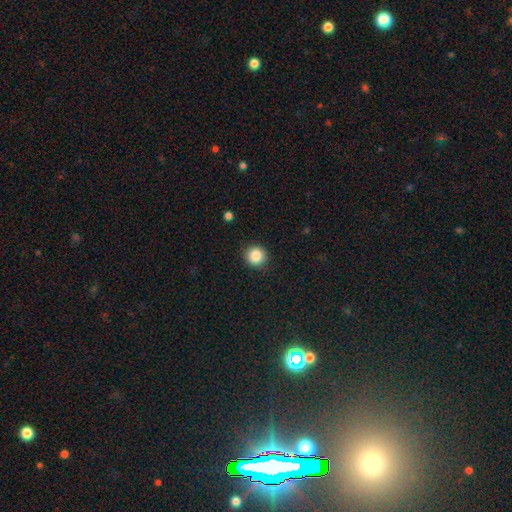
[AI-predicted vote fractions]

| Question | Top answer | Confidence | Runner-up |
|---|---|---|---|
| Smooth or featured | smooth | 86% | star or artifact (10%) |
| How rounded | round | 93% | in between (6%) |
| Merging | none | 91% | minor disturbance (6%) |